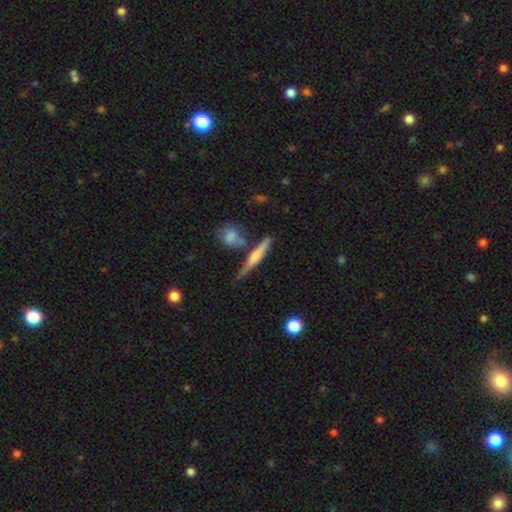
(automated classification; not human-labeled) A featured or disk galaxy (53%) viewed edge-on (93%).

Vote fractions:
- Smooth or featured? featured or disk: 53% / smooth: 40% / star or artifact: 7%
- Edge-on disk? yes: 93% / no: 7%
- Merging? none: 62% / minor disturbance: 17% / merger: 15% / major disturbance: 6%